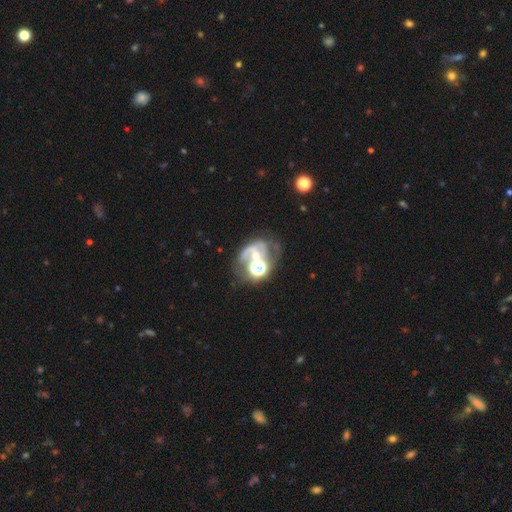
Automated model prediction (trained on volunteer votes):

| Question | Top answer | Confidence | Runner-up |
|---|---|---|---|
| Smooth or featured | featured or disk | 59% | smooth (22%) |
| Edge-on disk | no | 97% | yes (3%) |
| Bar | no | 66% | weak (25%) |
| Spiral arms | yes | 69% | no (31%) |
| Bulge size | moderate | 47% | small (32%) |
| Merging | merger | 29% | none (28%) |